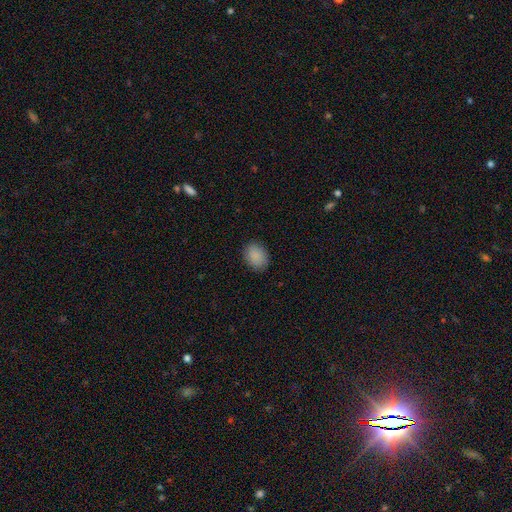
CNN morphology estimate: The model was most divided on "how rounded": in between: 63%, round: 36%, cigar-shaped: 1%. More confident: smooth or featured — smooth (89%); merging — none (87%).